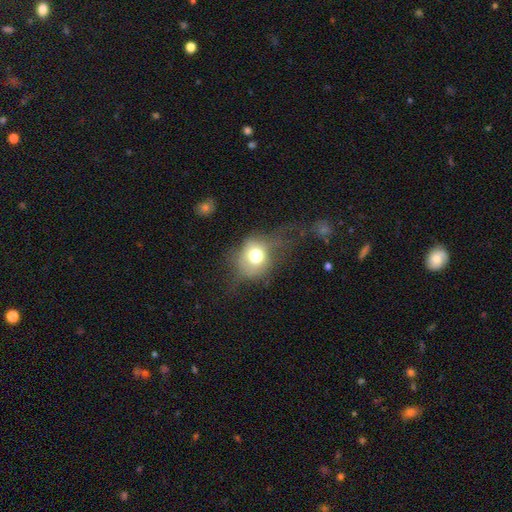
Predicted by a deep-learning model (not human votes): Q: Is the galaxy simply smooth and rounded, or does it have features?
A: smooth — 63%.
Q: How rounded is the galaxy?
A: round — 68%.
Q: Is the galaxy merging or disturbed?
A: none — 43%.